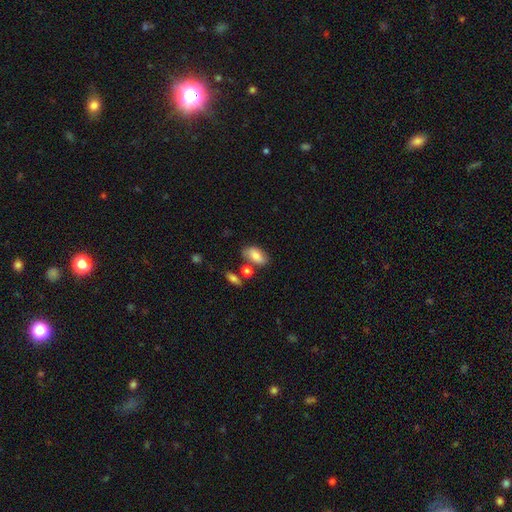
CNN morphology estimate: Smooth or featured? Predicted: smooth (p=0.78). How rounded? Predicted: in between (p=0.91). Merging? Predicted: none (p=0.69).